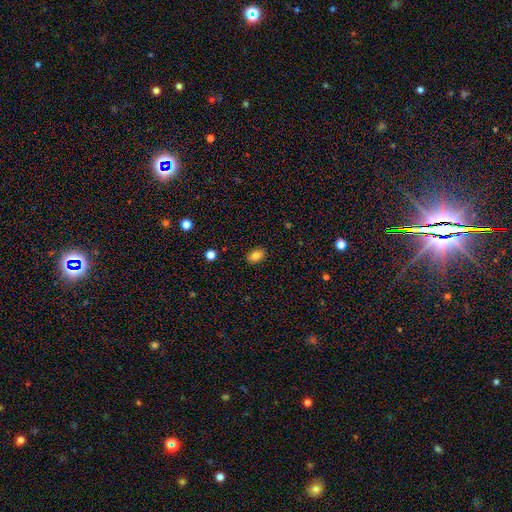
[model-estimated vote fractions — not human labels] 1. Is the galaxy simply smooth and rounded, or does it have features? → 81% smooth, 10% star or artifact, 9% featured or disk.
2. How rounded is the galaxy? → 81% in between, 17% round, 2% cigar-shaped.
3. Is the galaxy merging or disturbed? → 87% none, 10% minor disturbance, 2% major disturbance, 1% merger.